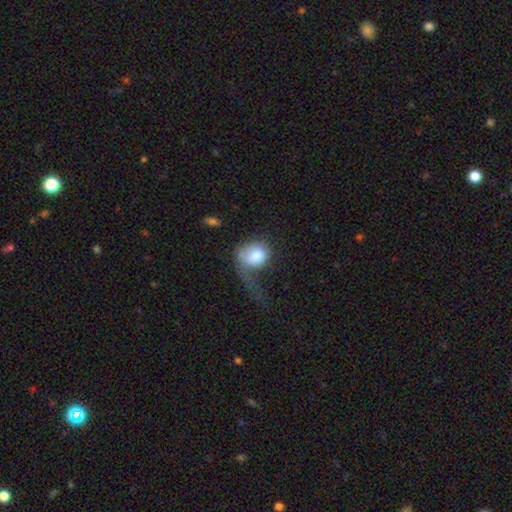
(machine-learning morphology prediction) Smooth or featured: smooth — 73% (featured or disk — 20%)
How rounded: round — 53% (in between — 46%)
Merging: major disturbance — 57% (minor disturbance — 18%)